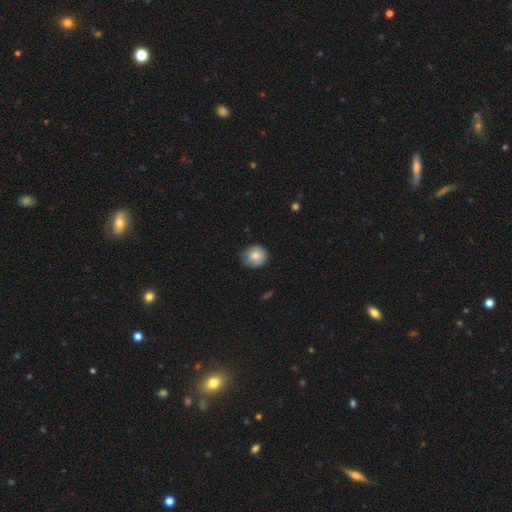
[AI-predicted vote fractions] This is likely a smooth galaxy (78%). How rounded: clearly round (83%). Merging: likely none (75%).